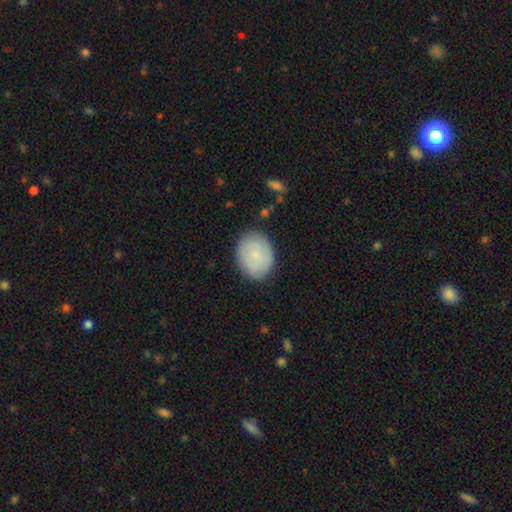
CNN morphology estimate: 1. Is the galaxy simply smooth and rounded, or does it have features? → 76% smooth, 17% featured or disk, 7% star or artifact.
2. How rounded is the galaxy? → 50% in between, 49% round, 1% cigar-shaped.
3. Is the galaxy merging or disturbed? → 84% none, 12% minor disturbance, 3% major disturbance, 1% merger.